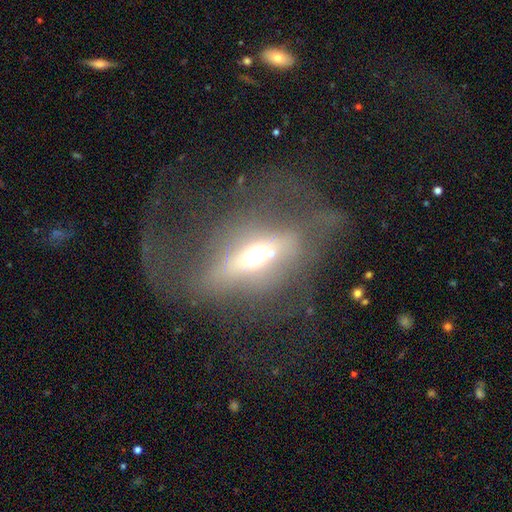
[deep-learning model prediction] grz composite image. It shows a featured or disk galaxy (48%). Merging: none (40%).